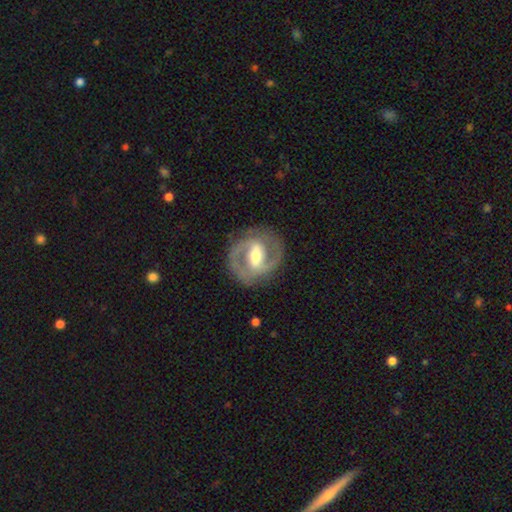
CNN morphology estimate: A featured or disk galaxy (84%) with a strong bar (52%), 2 (90%) medium (53%) spiral arms (87%) and a moderate central bulge (66%).

Vote fractions:
- Smooth or featured? featured or disk: 84% / smooth: 11% / star or artifact: 5%
- Edge-on disk? no: 96% / yes: 4%
- Bar? strong: 52% / weak: 36% / no: 12%
- Spiral arms? yes: 87% / no: 13%
- Spiral winding? medium: 53% / tight: 33% / loose: 14%
- Spiral arm count? 2: 90% / can't tell: 5% / 1: 2% / 3: 2% / 4: 1% / more than 4: 1%
- Bulge size? moderate: 66% / small: 20% / large: 12% / none: 1% / dominant: 1%
- Merging? none: 82% / minor disturbance: 11% / major disturbance: 5% / merger: 1%